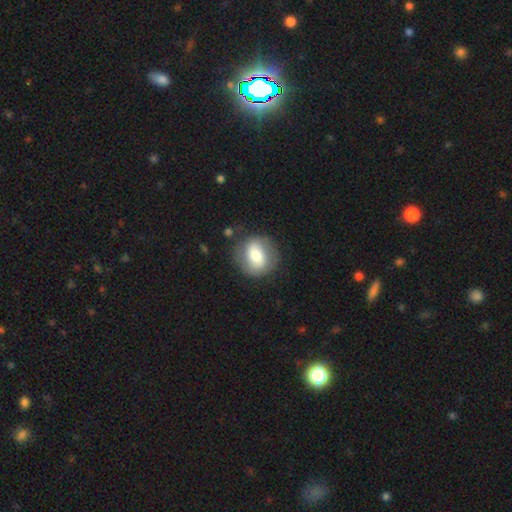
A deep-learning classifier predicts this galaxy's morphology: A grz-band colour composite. It shows a smooth galaxy with no disk features (57%) that is round (77%). Merging: none (78%).